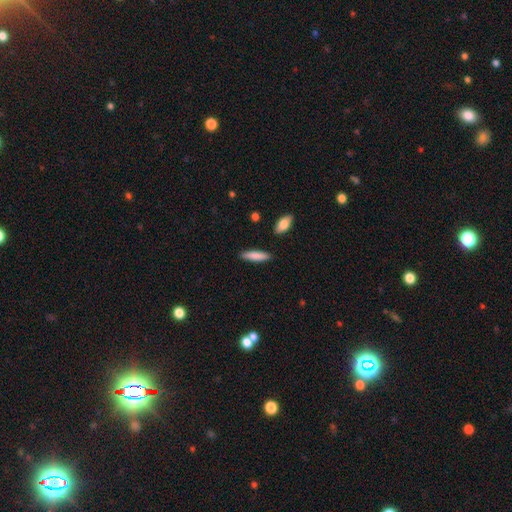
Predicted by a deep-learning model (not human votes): A smooth galaxy with no disk features (84%) that is cigar-shaped (72%). Merging: none (88%).